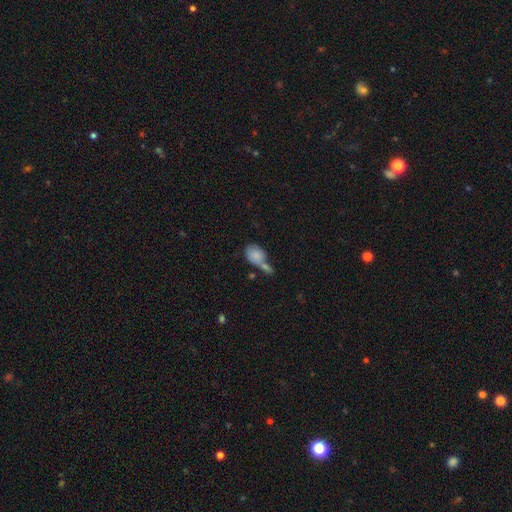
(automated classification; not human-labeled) A smooth galaxy with no disk features (81%) that is in between round and cigar-shaped (69%). Merging: merger (47%).